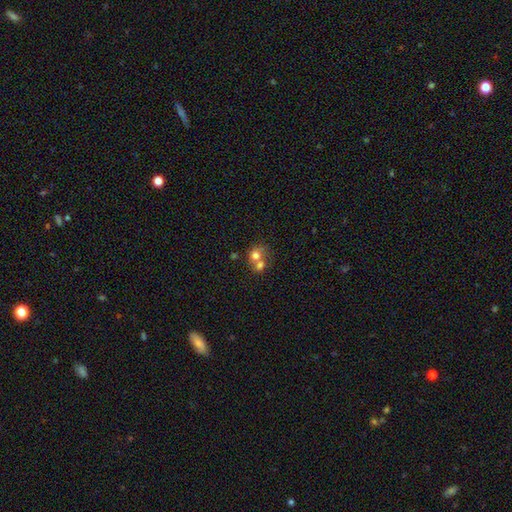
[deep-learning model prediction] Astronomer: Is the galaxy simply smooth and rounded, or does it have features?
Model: smooth — 70%.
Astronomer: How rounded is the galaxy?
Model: round — 74%.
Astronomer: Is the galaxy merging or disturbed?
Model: merger — 64%.